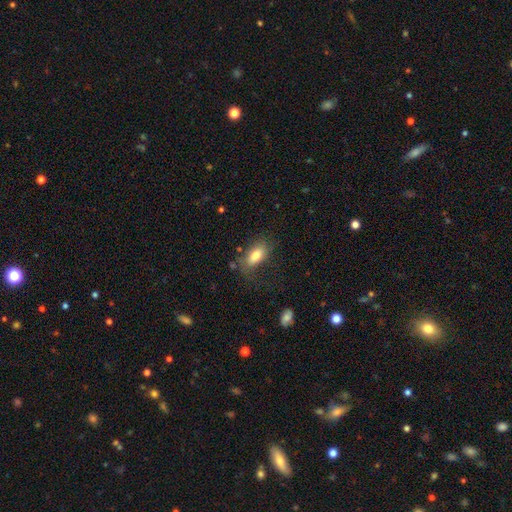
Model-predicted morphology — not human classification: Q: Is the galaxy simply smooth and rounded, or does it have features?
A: smooth — 79%.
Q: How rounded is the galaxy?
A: in between — 88%.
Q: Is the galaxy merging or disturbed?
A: none — 67%.